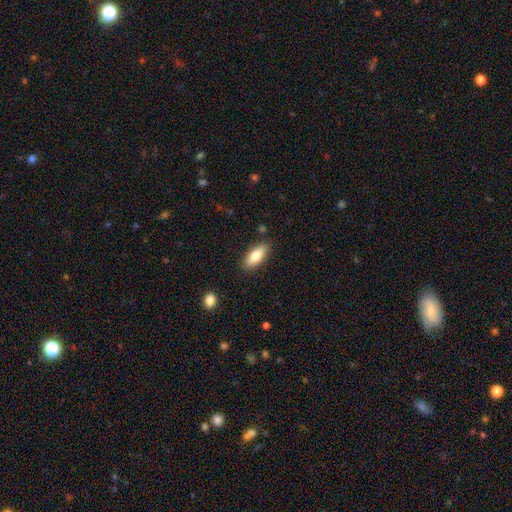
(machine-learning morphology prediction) This is likely a smooth galaxy (77%). How rounded: likely in between (79%). Merging: clearly none (86%).